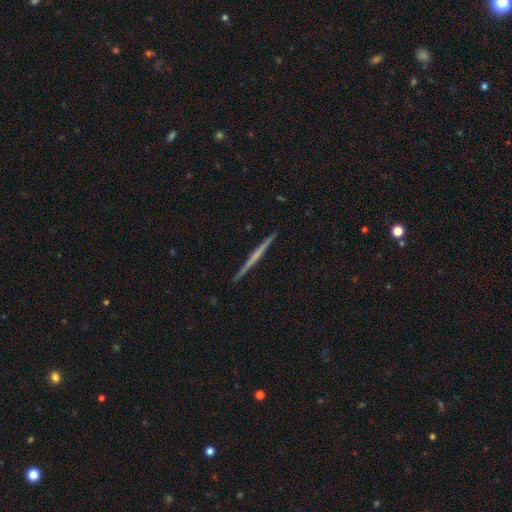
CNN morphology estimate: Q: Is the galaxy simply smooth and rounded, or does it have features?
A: featured or disk — 63%.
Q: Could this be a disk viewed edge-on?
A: yes — 98%.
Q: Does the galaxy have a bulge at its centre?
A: none — 81%.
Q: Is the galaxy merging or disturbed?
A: none — 92%.